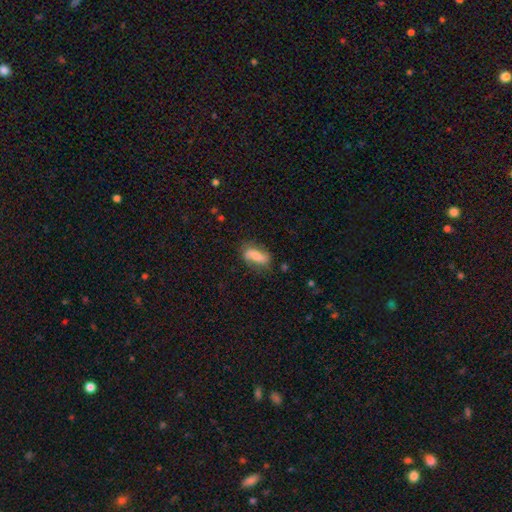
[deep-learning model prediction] Smooth or featured: smooth — 60% (featured or disk — 32%)
How rounded: in between — 72% (cigar-shaped — 24%)
Merging: none — 68% (minor disturbance — 23%)